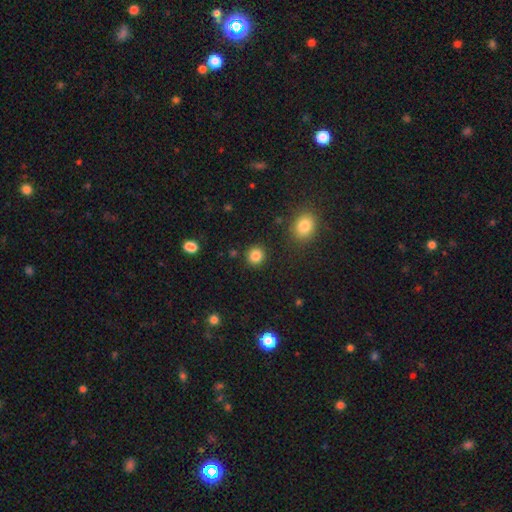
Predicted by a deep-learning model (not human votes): A smooth galaxy with no disk features (85%) that is round (89%). Merging: none (90%).